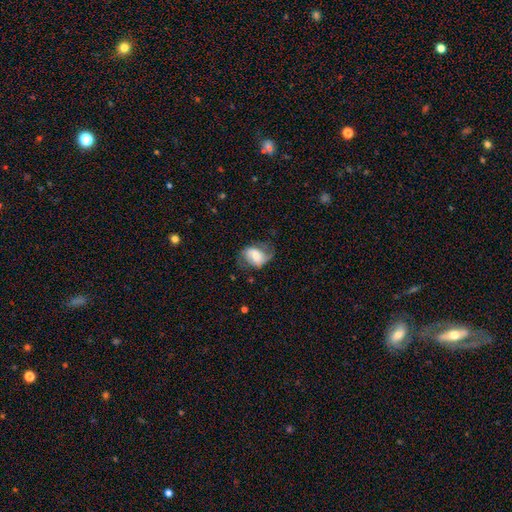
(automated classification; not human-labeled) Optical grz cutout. It shows a featured or disk galaxy (52%). Merging: none (53%).